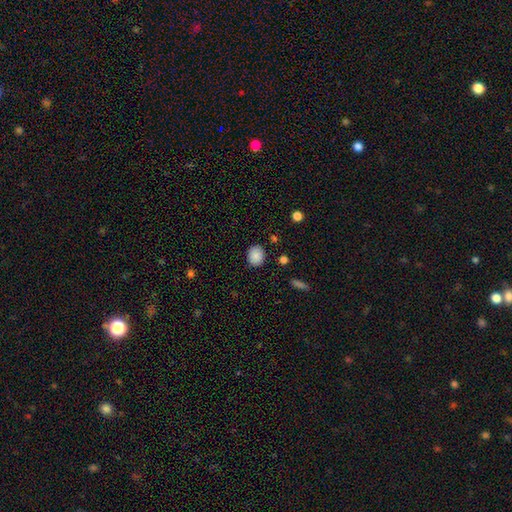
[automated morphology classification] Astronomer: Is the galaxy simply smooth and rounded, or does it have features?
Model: smooth — 87%.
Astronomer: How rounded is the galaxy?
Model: round — 64%.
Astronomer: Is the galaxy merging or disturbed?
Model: none — 87%.